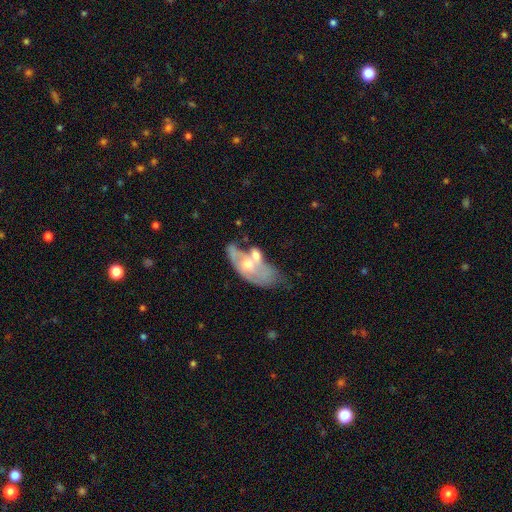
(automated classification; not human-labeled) This is possibly a featured or disk galaxy (57%). It is clearly not viewed edge-on (88%). Bar: clearly no (82%). Spiral arm pattern: likely no (66%). Central bulge: likely moderate (63%). Merging: possibly merger (49%).